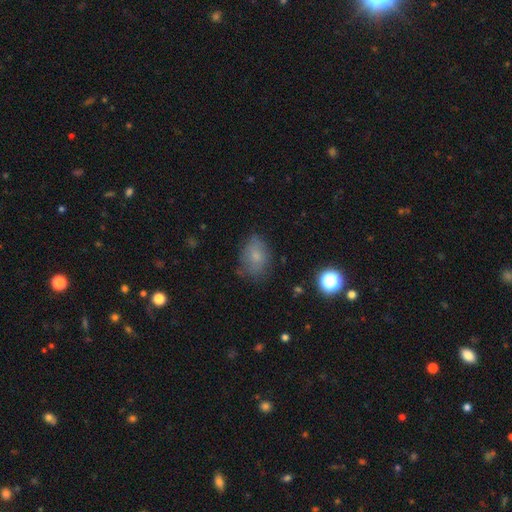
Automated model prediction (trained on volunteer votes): This appears to be a smooth galaxy with no disk features (72%) that is in between round and cigar-shaped (77%). Merging: none (67%).